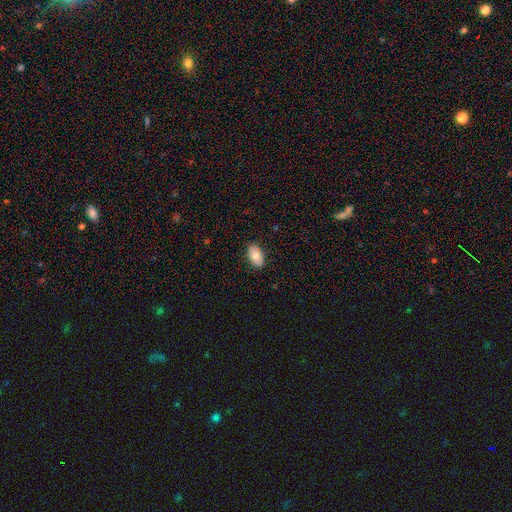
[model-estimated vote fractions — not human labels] smooth_or_featured: smooth (p=0.71) [alt: featured or disk p=0.23]
how_rounded: in between (p=0.92) [alt: round p=0.06]
merging: none (p=0.86) [alt: minor disturbance p=0.11]